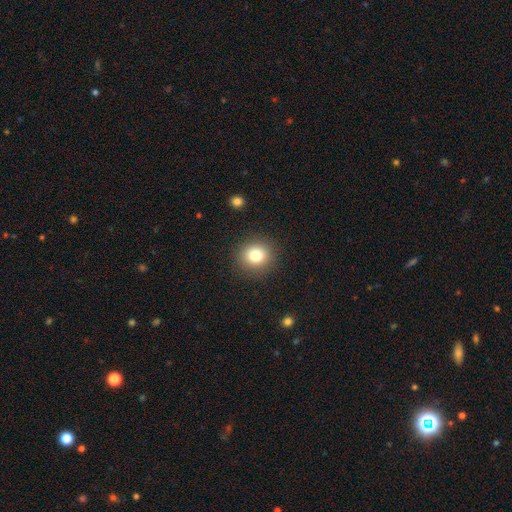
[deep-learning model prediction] This appears to be a smooth galaxy with no disk features (80%) that is round (86%). Merging: none (89%).